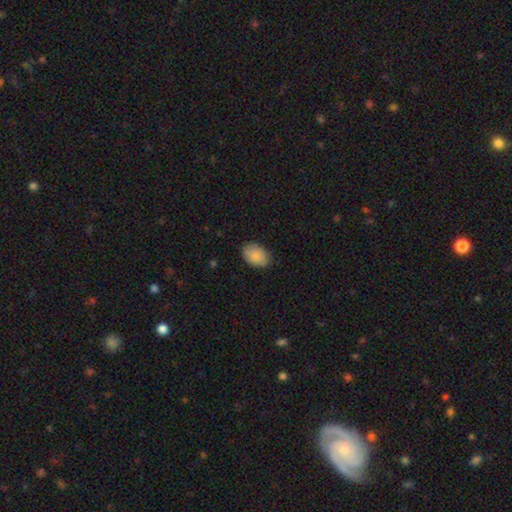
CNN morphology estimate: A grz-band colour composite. It shows a smooth galaxy with no disk features (88%) that is in between round and cigar-shaped (85%). Merging: none (84%).